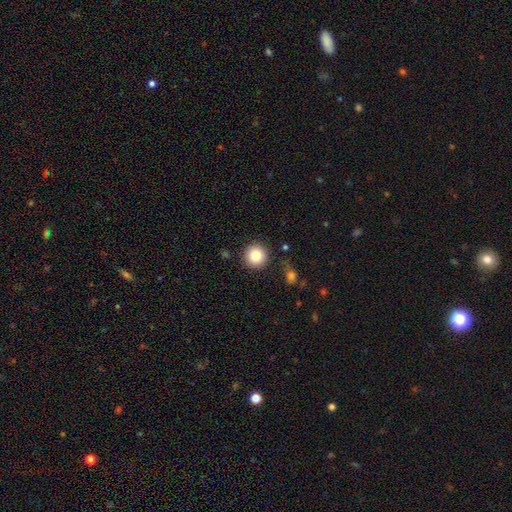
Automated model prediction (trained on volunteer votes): smooth_or_featured: smooth (p=0.87) [alt: star or artifact p=0.09]
how_rounded: round (p=0.95) [alt: in between p=0.04]
merging: none (p=0.85) [alt: minor disturbance p=0.09]